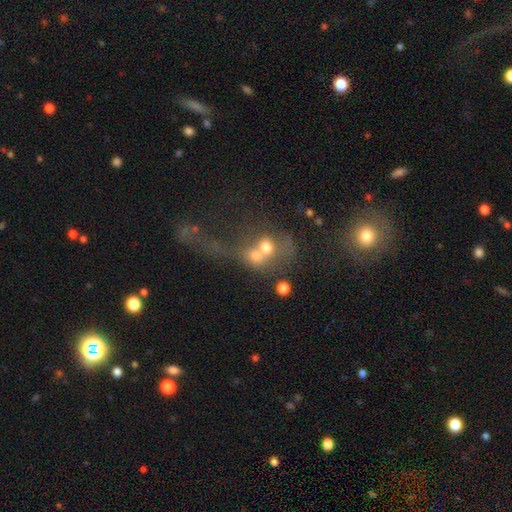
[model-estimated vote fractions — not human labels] This is possibly a smooth galaxy (56%). How rounded: possibly round (59%). Merging: likely merger (64%).